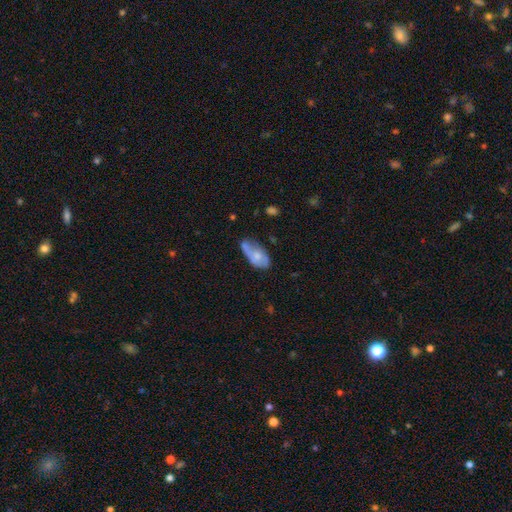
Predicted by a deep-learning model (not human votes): smooth 57%, featured or disk 36%, star or artifact 7%. Down the decision tree: how rounded — in between (91%); merging — minor disturbance (37%).